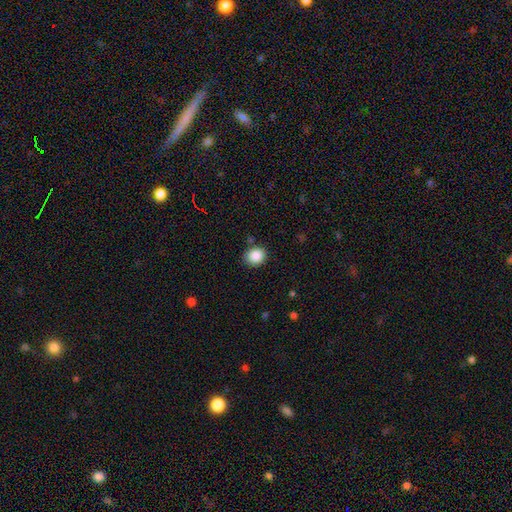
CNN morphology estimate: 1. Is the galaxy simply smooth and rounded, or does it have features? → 87% smooth, 9% star or artifact, 4% featured or disk.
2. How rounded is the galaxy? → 70% round, 29% in between, 1% cigar-shaped.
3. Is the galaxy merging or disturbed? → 84% none, 11% minor disturbance, 3% merger, 3% major disturbance.